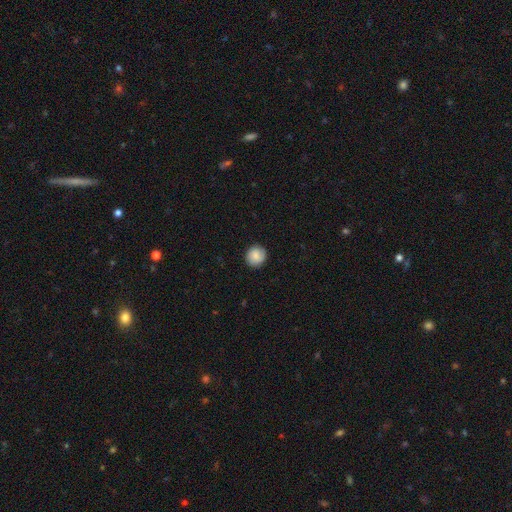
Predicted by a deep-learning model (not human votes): A smooth galaxy with no disk features (84%) that is round (89%). Merging: none (88%).